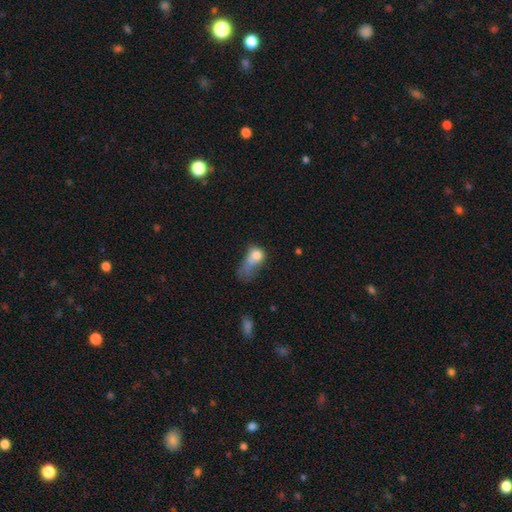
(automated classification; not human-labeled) Morphology: type=smooth (69%); roundness=in between (64%); merging=major disturbance (57%).